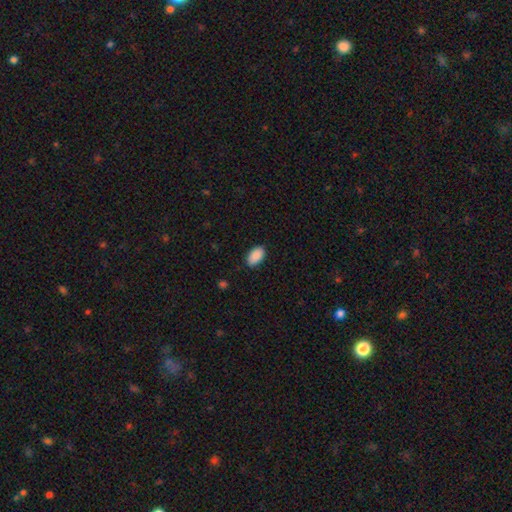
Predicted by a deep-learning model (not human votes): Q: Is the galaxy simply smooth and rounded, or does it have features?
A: smooth — 91%.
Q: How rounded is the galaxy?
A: in between — 95%.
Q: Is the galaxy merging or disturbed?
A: none — 86%.